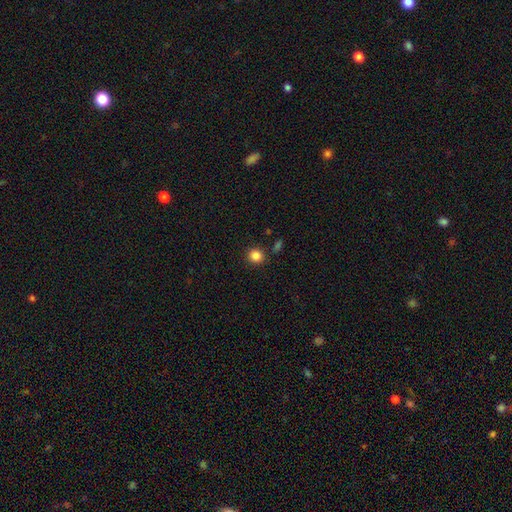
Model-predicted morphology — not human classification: smooth_or_featured: smooth (p=0.85) [alt: star or artifact p=0.11]
how_rounded: round (p=0.88) [alt: in between p=0.11]
merging: none (p=0.86) [alt: minor disturbance p=0.07]